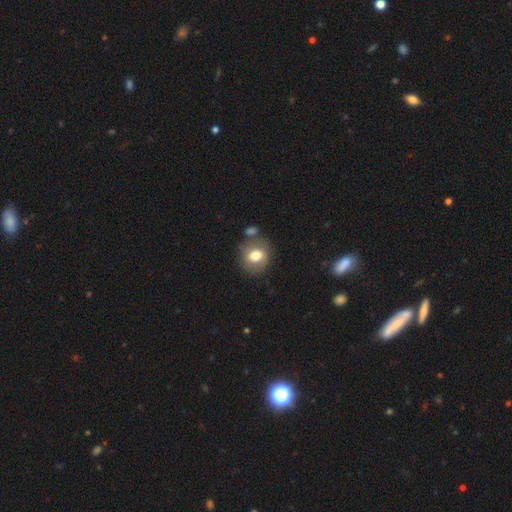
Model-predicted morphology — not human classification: A smooth galaxy with no disk features (73%) that is round (72%). Merging: none (72%).